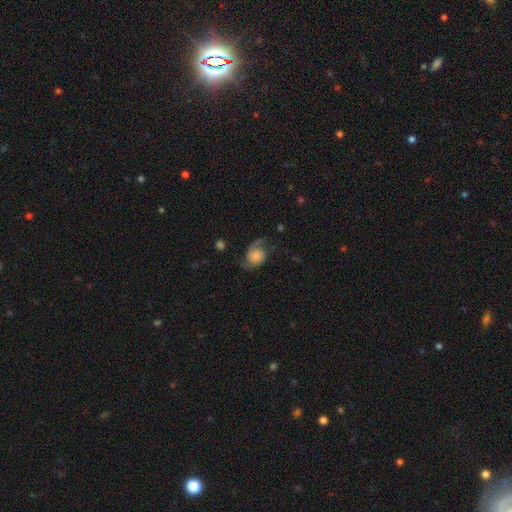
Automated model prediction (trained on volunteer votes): A featured or disk galaxy (57%) with no bar (76%), 2 (83%) loose (56%) spiral arms (91%) and a small central bulge (31%). Merging: none (57%).